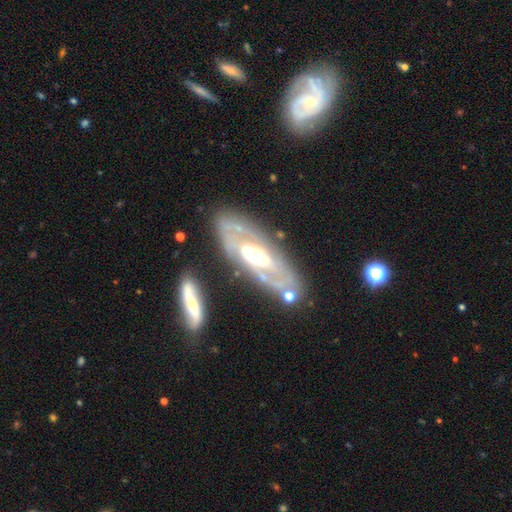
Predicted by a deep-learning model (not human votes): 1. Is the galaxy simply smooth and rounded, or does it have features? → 78% featured or disk, 17% smooth, 5% star or artifact.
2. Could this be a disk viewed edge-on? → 84% no, 16% yes.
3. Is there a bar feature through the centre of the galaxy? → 47% no, 31% weak, 23% strong.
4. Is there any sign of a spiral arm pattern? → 60% yes, 40% no.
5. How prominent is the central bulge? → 62% moderate, 27% large, 8% small, 2% dominant, 1% none.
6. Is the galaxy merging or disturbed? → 75% none, 15% minor disturbance, 6% major disturbance, 5% merger.